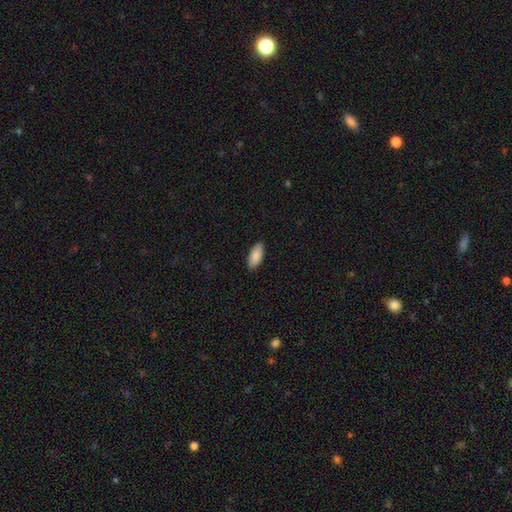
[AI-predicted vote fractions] This is clearly a smooth galaxy (89%). How rounded: clearly in between (91%). Merging: clearly none (89%).